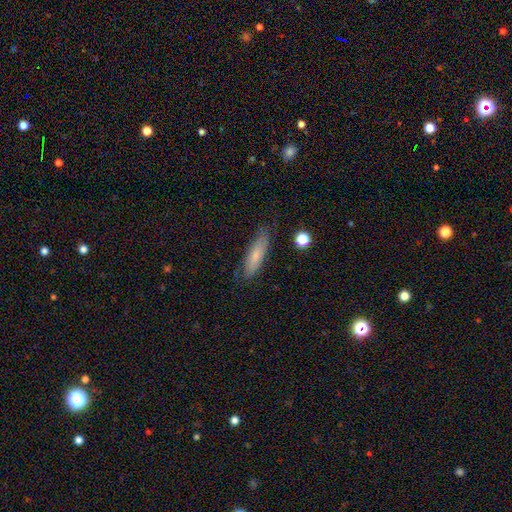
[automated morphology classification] smooth 70%, featured or disk 23%, star or artifact 7%. Down the decision tree: how rounded — cigar-shaped (61%); merging — none (78%).